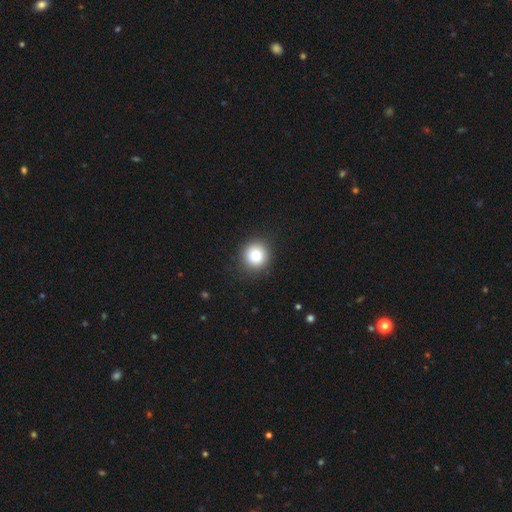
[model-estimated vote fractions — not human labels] This appears to be a smooth galaxy with no disk features (81%) that is round (94%). Merging: none (91%).